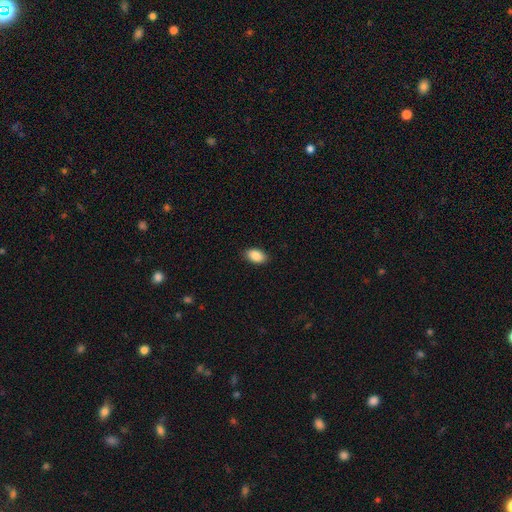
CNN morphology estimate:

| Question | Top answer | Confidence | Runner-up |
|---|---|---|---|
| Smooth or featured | smooth | 89% | star or artifact (7%) |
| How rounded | in between | 92% | round (6%) |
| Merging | none | 88% | minor disturbance (9%) |